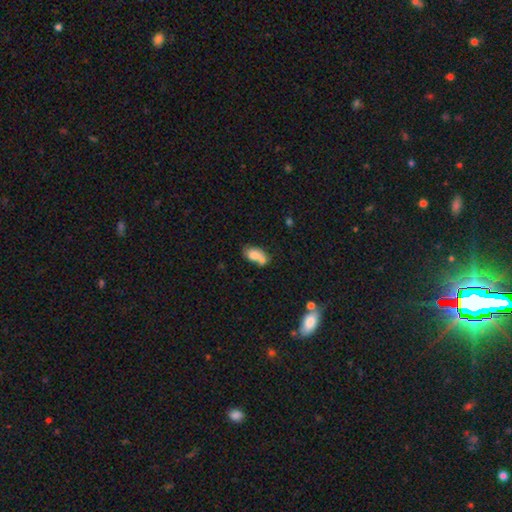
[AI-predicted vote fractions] Morphology: type=smooth (77%); roundness=in between (86%); merging=merger (48%).